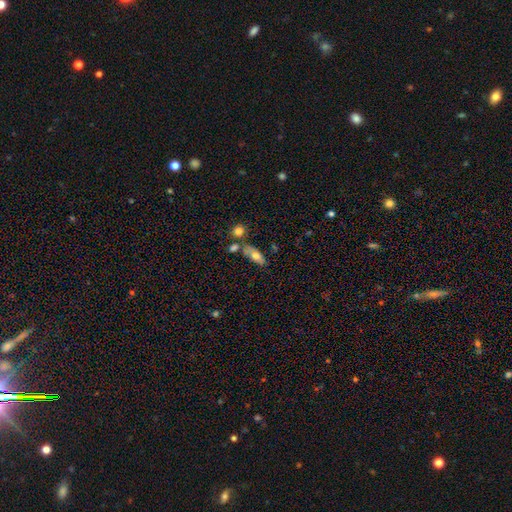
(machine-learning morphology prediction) A smooth galaxy with no disk features (67%) that is in between round and cigar-shaped (78%).

Vote fractions:
- Smooth or featured? smooth: 67% / featured or disk: 26% / star or artifact: 7%
- How rounded? in between: 78% / cigar-shaped: 18% / round: 4%
- Merging? none: 58% / merger: 18% / minor disturbance: 18% / major disturbance: 6%